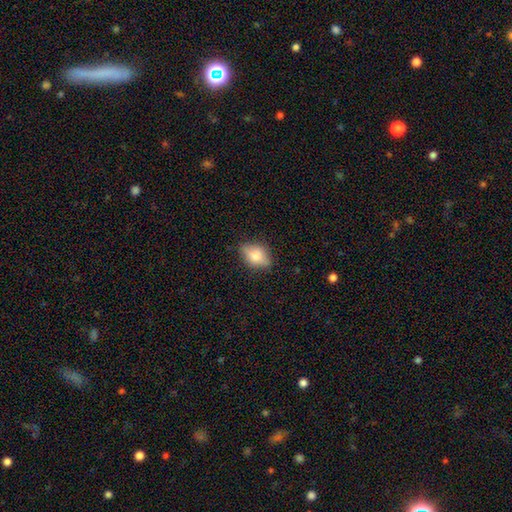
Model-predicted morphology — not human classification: This appears to be a smooth galaxy with no disk features (73%) that is in between round and cigar-shaped (78%). Merging: none (76%).